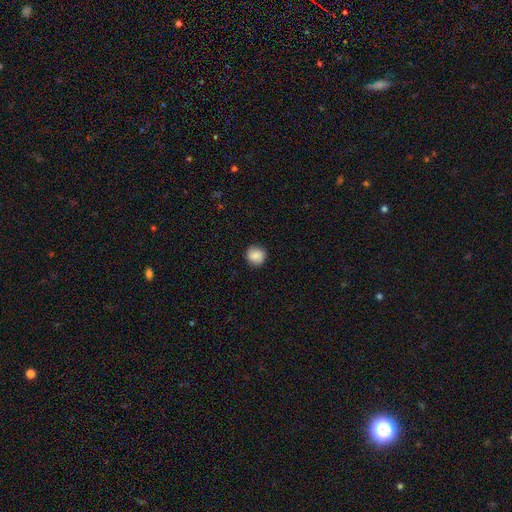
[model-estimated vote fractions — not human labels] smooth_or_featured: smooth (p=0.86) [alt: star or artifact p=0.08]
how_rounded: round (p=0.90) [alt: in between p=0.09]
merging: none (p=0.88) [alt: minor disturbance p=0.08]